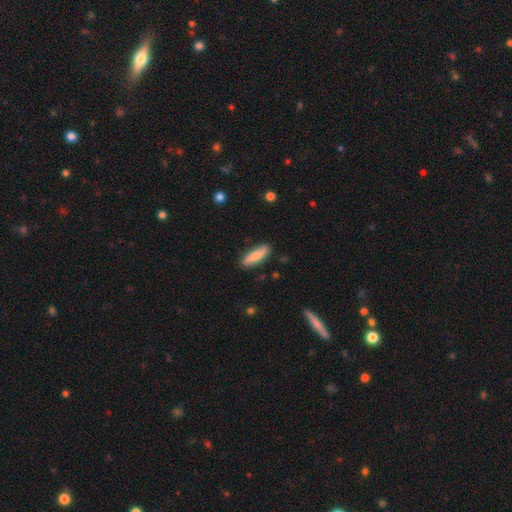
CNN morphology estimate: The model was most divided on "how rounded": cigar-shaped: 61%, in between: 37%, round: 2%. More confident: merging — none (86%); smooth or featured — smooth (75%).